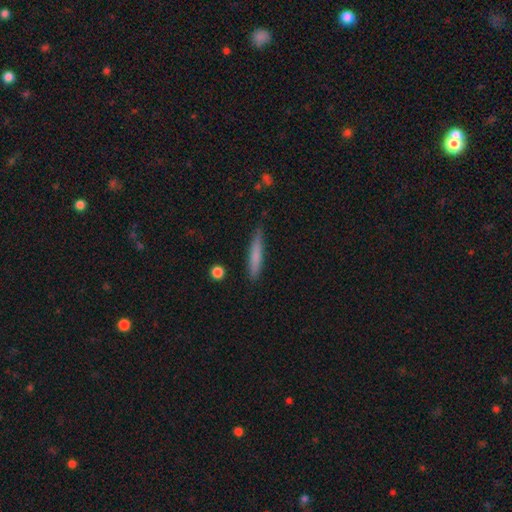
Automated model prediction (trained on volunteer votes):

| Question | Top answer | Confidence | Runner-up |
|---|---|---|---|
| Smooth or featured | smooth | 73% | featured or disk (21%) |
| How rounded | cigar-shaped | 92% | in between (6%) |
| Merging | none | 82% | minor disturbance (14%) |